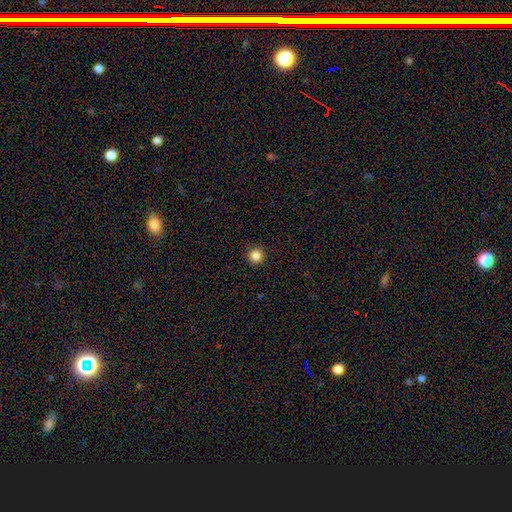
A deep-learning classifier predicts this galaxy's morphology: smooth 85%, star or artifact 11%, featured or disk 4%. Down the decision tree: how rounded — round (95%); merging — none (92%).